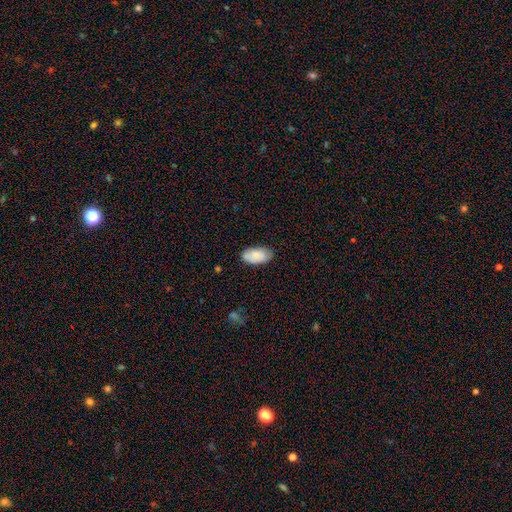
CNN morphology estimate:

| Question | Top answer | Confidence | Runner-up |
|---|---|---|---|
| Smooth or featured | smooth | 84% | featured or disk (10%) |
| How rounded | in between | 95% | round (3%) |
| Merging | none | 79% | minor disturbance (16%) |